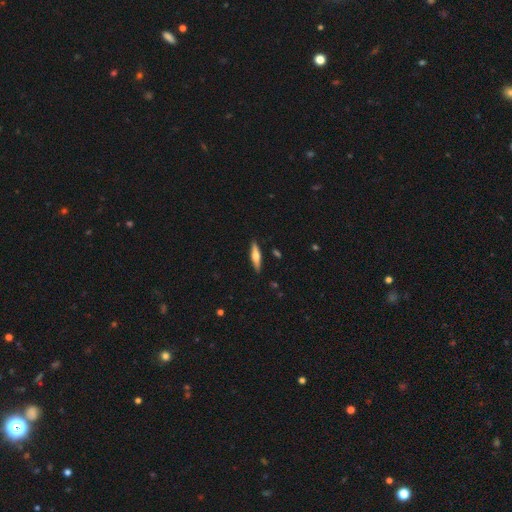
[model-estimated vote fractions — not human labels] smooth-or-featured: featured or disk: 52% | smooth: 43% | star or artifact: 6%
  disk-edge-on: yes: 95% | no: 5%
  merging: none: 88% | minor disturbance: 8% | major disturbance: 2% | merger: 1%